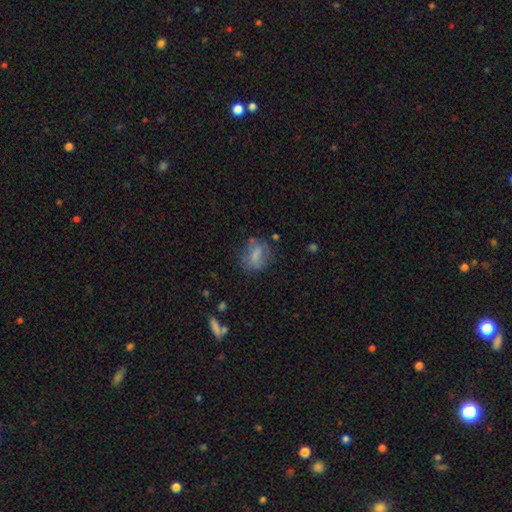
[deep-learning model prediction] smooth 65%, featured or disk 24%, star or artifact 11%. Down the decision tree: how rounded — in between (55%); merging — none (58%).